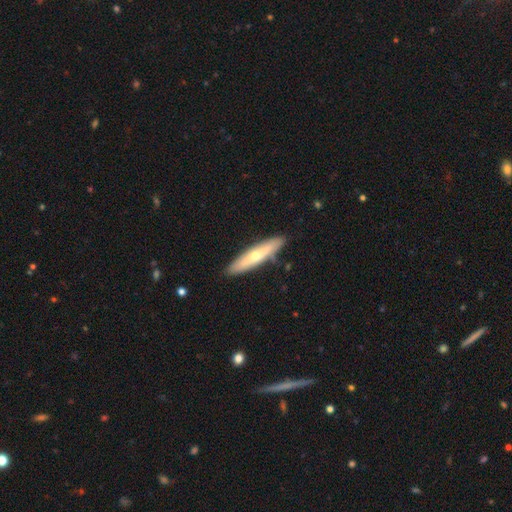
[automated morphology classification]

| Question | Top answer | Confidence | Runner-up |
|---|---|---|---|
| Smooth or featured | smooth | 49% | featured or disk (46%) |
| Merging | none | 85% | minor disturbance (10%) |